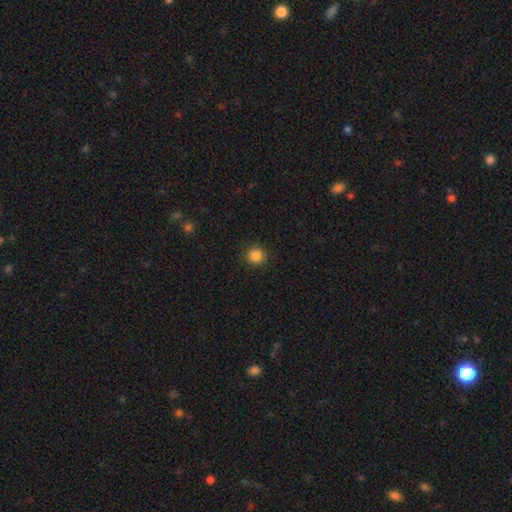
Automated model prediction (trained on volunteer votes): This appears to be a smooth galaxy with no disk features (85%) that is round (92%). Merging: none (91%).